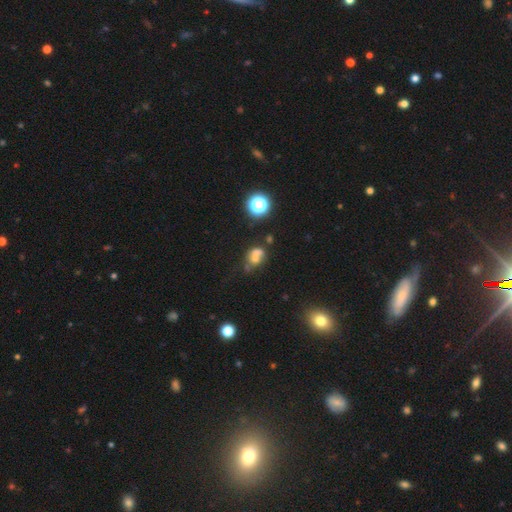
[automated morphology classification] Smooth or featured? Predicted: smooth (p=0.57). How rounded? Predicted: round (p=0.53). Merging? Predicted: merger (p=0.45).